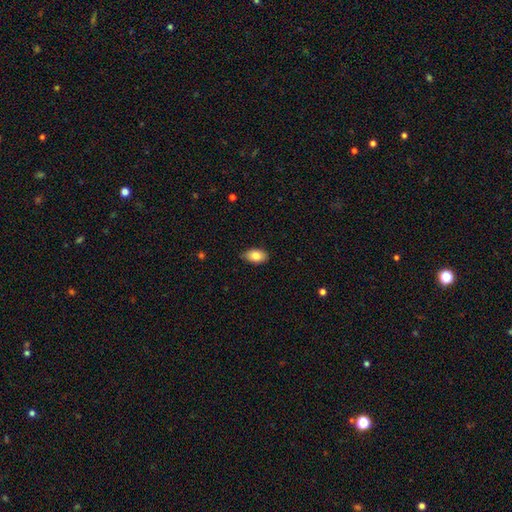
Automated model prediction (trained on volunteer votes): Smooth or featured?
  - smooth: 82% *
  - featured or disk: 11%
  - star or artifact: 7%
How rounded?
  - in between: 90% *
  - round: 8%
  - cigar-shaped: 2%
Merging?
  - none: 81% *
  - minor disturbance: 16%
  - major disturbance: 2%
  - merger: 1%